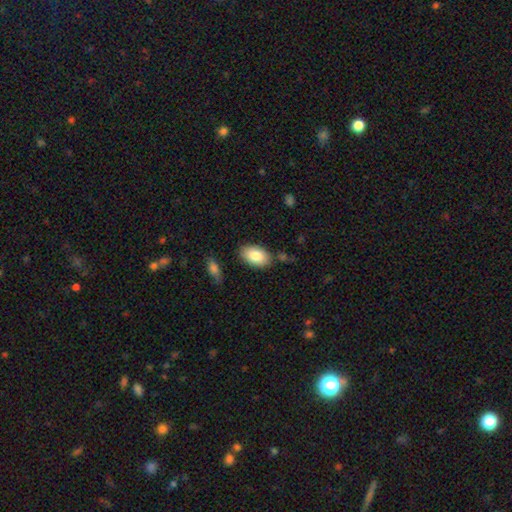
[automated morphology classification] The model was most divided on "merging": none: 81%, minor disturbance: 13%, merger: 4%, major disturbance: 3%. More confident: how rounded — in between (93%); smooth or featured — smooth (83%).